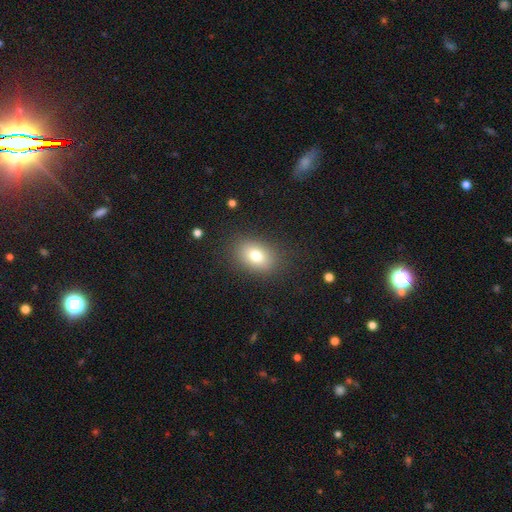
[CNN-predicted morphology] This appears to be a smooth galaxy with no disk features (78%) that is in between round and cigar-shaped (74%). Merging: none (85%).